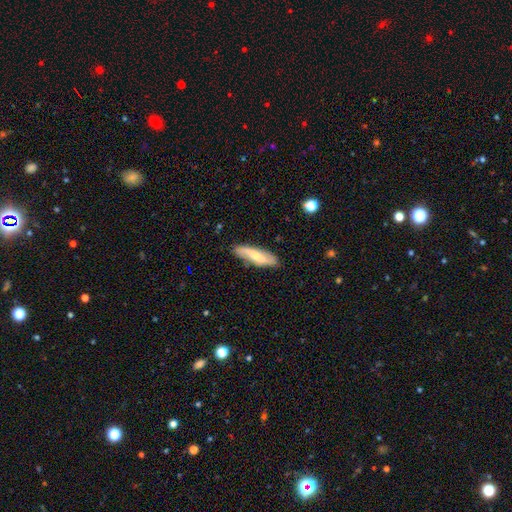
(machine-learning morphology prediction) Q: Smooth or featured?
A: smooth (50%); runner-up: featured or disk (44%)
Q: Merging?
A: none (78%); runner-up: minor disturbance (17%)